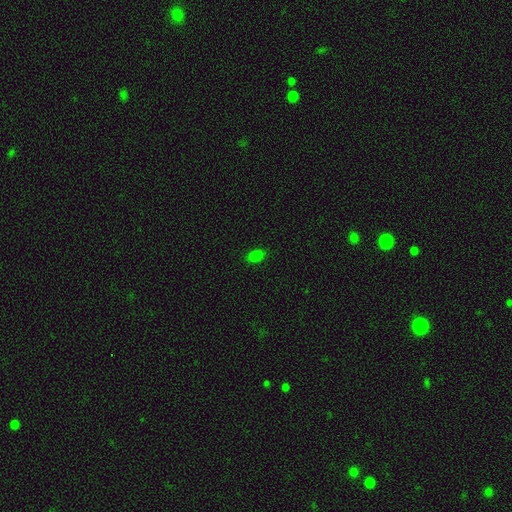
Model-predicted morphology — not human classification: Q: Smooth or featured?
A: smooth (81%); runner-up: star or artifact (15%)
Q: How rounded?
A: in between (83%); runner-up: round (15%)
Q: Merging?
A: none (86%); runner-up: minor disturbance (10%)